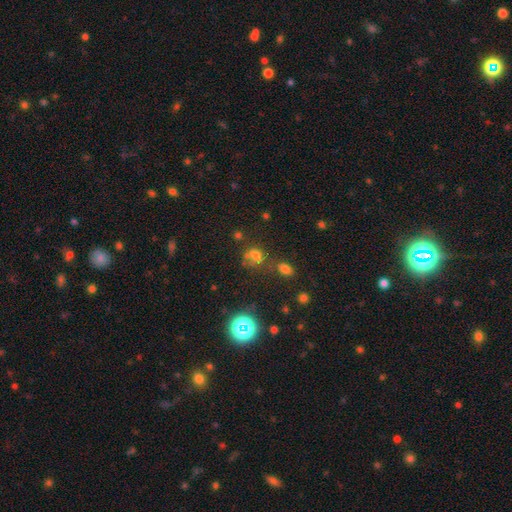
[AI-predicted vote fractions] This is possibly a smooth galaxy (49%). Merging: possibly none (49%).